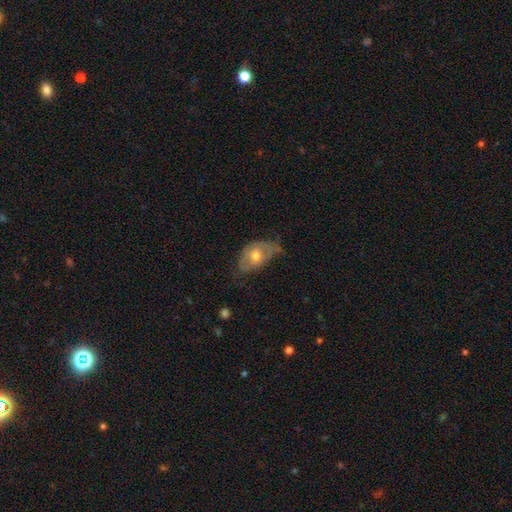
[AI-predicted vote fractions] Overall: smooth (48%; featured or disk 46%). Merging: none (39%, tied with minor disturbance).